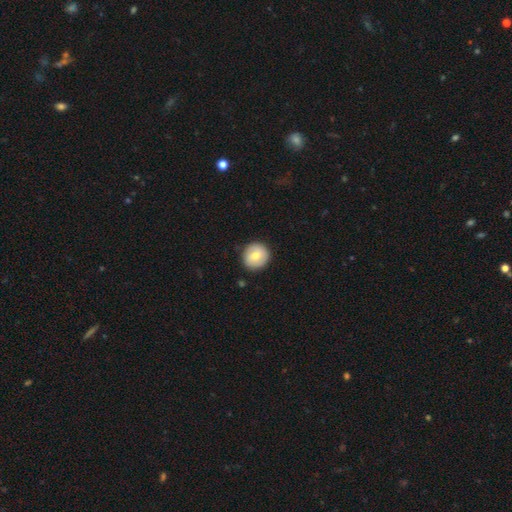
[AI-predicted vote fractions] Overall: smooth (73%). How rounded: round (92%). Merging: none (88%).